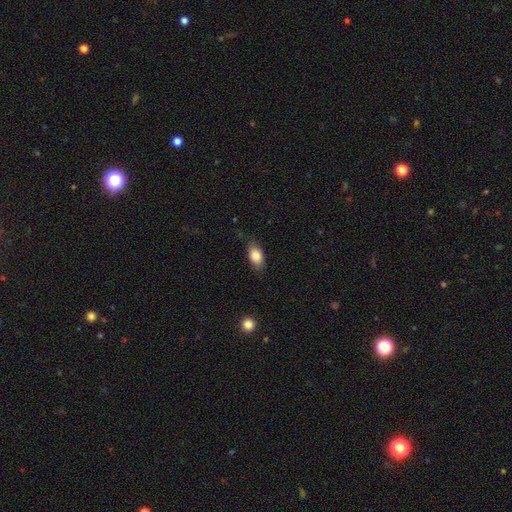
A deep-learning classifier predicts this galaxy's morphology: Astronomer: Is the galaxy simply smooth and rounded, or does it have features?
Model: smooth — 83%.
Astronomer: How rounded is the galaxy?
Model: in between — 89%.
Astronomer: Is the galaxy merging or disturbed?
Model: none — 78%.